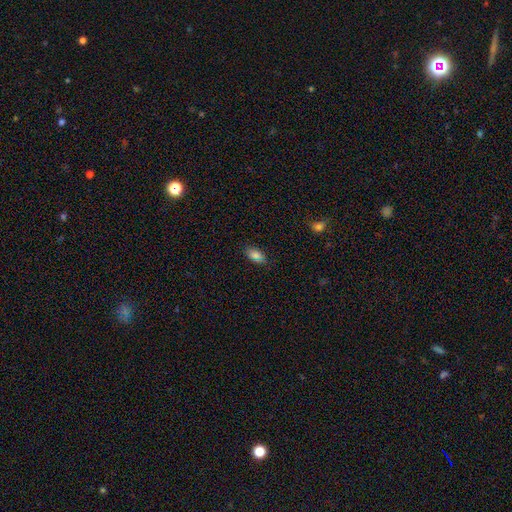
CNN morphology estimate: This appears to be a smooth galaxy with no disk features (82%) that is in between round and cigar-shaped (90%). Merging: none (83%).